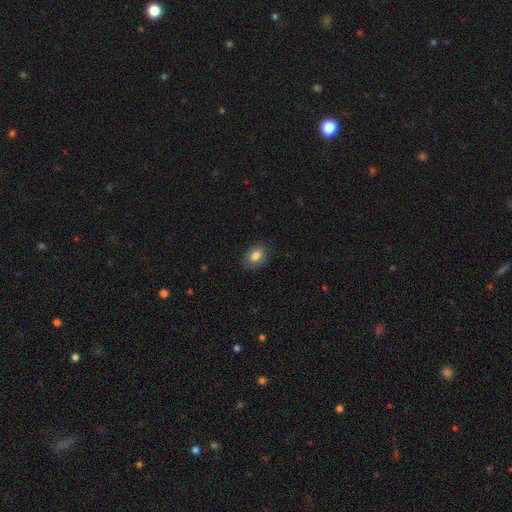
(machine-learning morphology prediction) A smooth galaxy with no disk features (81%) that is in between round and cigar-shaped (77%).

Vote fractions:
- Smooth or featured? smooth: 81% / featured or disk: 10% / star or artifact: 8%
- How rounded? in between: 77% / round: 22% / cigar-shaped: 1%
- Merging? none: 85% / minor disturbance: 12% / major disturbance: 3% / merger: 1%